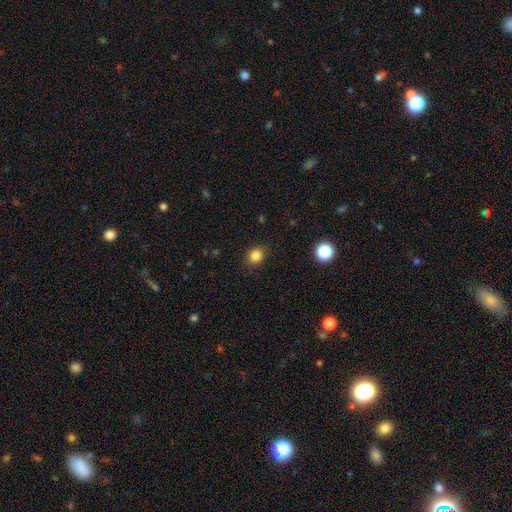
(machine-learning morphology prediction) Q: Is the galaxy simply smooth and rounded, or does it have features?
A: smooth — 84%.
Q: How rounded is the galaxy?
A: round — 68%.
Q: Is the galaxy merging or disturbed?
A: none — 87%.